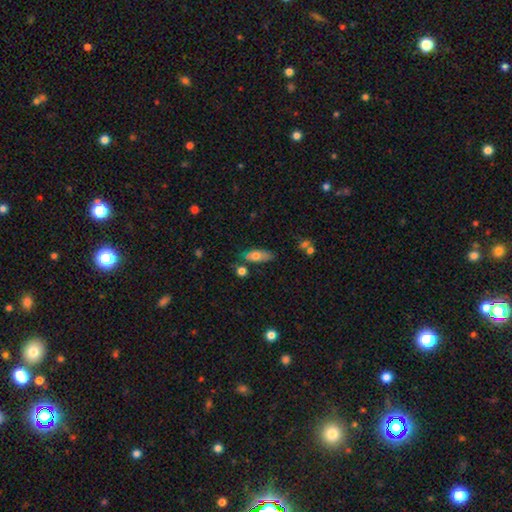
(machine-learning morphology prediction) type=smooth (72%); roundness=in between (79%); merging=none (58%).